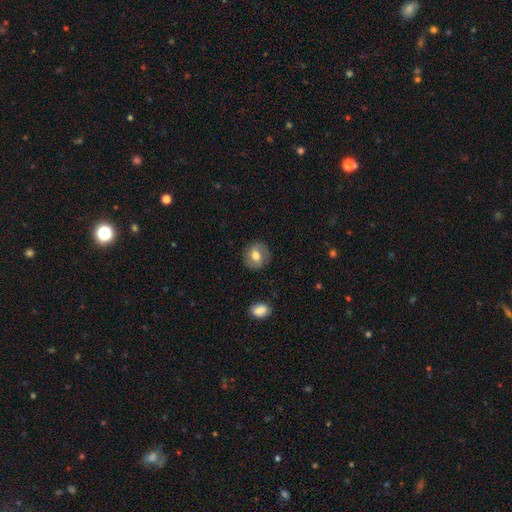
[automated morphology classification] type=smooth (67%); roundness=round (79%); merging=none (85%).